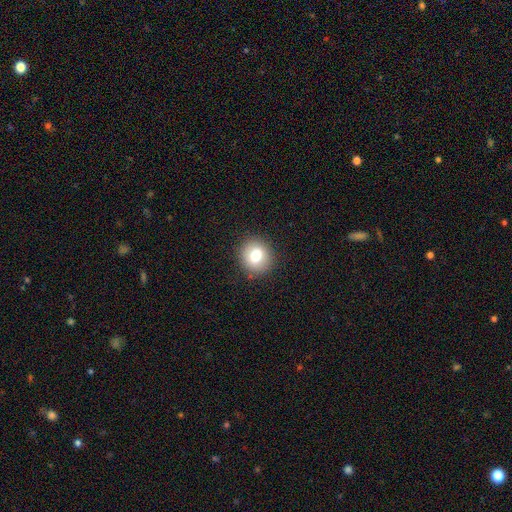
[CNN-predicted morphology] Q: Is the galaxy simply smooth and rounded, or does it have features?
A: smooth — 77%.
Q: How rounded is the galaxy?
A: round — 87%.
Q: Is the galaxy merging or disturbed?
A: none — 89%.